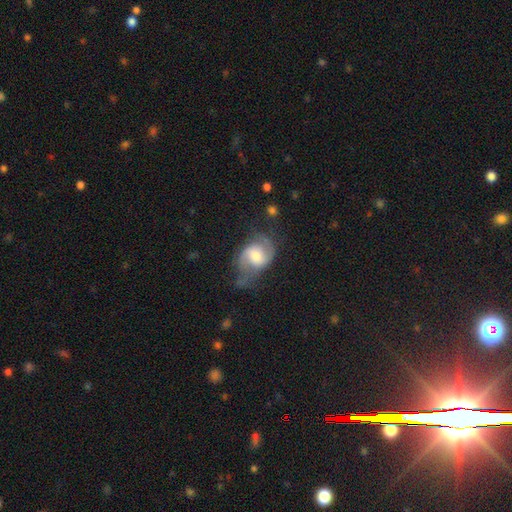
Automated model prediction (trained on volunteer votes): Overall: featured or disk (71%). Edge-on disk: no (97%). Bar: no (49%; weak 41%). Spiral arms: yes (91%). Spiral arm count: 2 (84%). Spiral winding: medium (48%; loose 33%). Bulge size: moderate (58%; small 25%). Merging: none (44%; minor disturbance 29%).